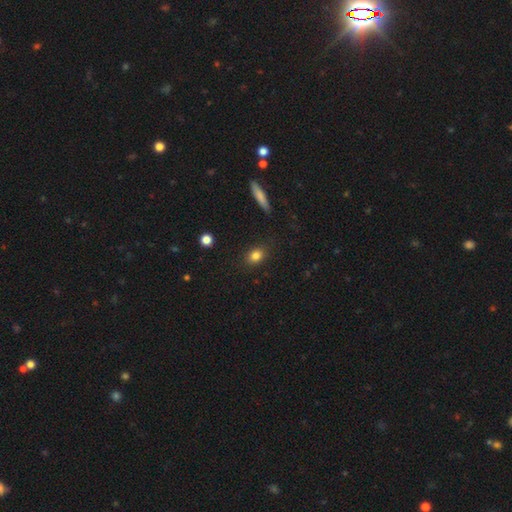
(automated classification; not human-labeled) This appears to be a smooth galaxy with no disk features (83%) that is in between round and cigar-shaped (62%). Merging: none (85%).